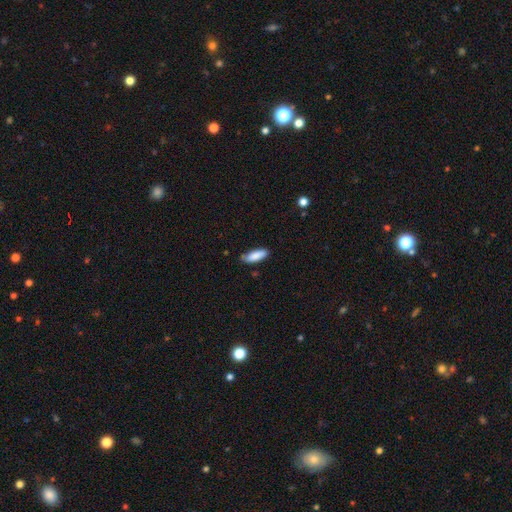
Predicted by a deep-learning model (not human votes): Smooth or featured: smooth — 86% (featured or disk — 8%)
How rounded: in between — 58% (cigar-shaped — 40%)
Merging: none — 79% (minor disturbance — 17%)